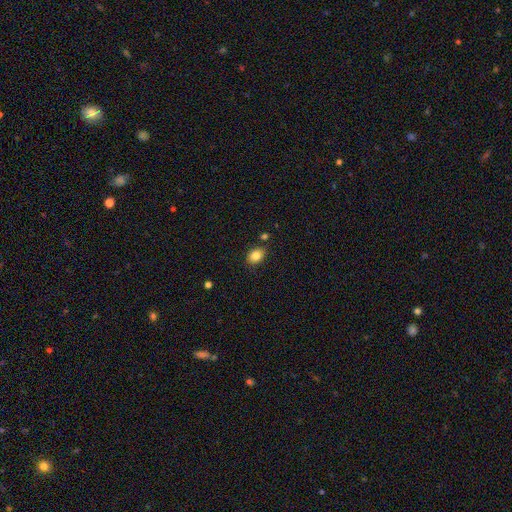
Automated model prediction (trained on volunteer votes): Overall: smooth (83%). How rounded: in between (59%; round 40%). Merging: none (81%).